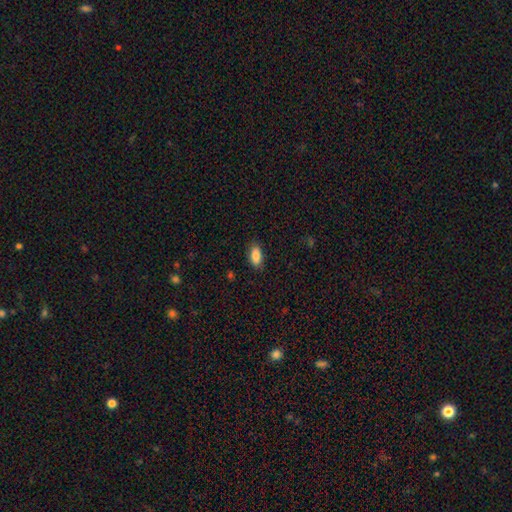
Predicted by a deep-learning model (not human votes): Smooth or featured? Predicted: smooth (p=0.86). How rounded? Predicted: in between (p=0.90). Merging? Predicted: none (p=0.86).